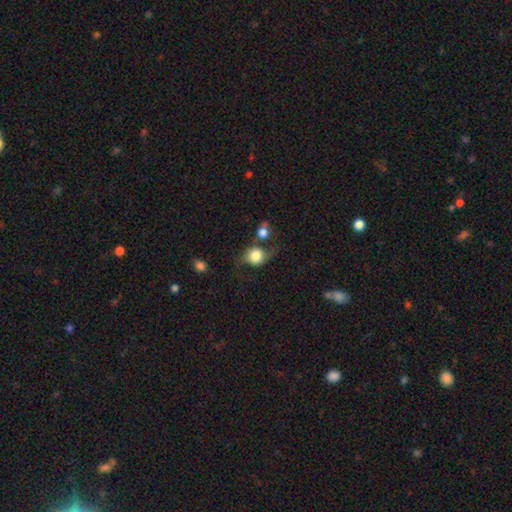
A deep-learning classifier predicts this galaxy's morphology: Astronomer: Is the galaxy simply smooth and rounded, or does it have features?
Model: smooth — 68%.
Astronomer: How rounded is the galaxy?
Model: round — 73%.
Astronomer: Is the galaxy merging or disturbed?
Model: none — 47% (runner-up: minor disturbance, 22%).